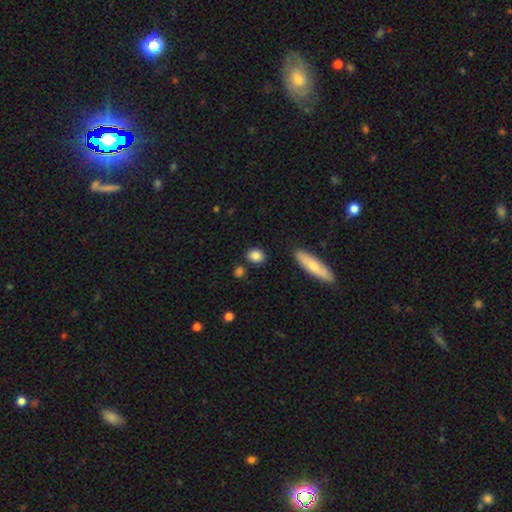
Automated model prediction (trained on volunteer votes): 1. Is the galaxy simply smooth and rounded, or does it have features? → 85% smooth, 8% star or artifact, 7% featured or disk.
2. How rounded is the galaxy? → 51% in between, 45% round, 4% cigar-shaped.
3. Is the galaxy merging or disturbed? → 82% none, 11% minor disturbance, 5% merger, 3% major disturbance.